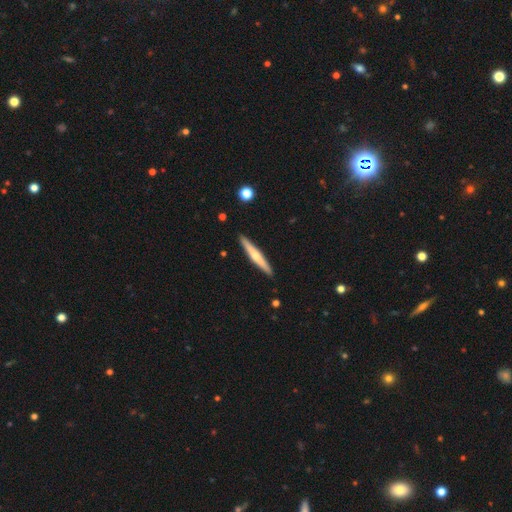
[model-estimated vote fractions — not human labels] Q: Smooth or featured?
A: featured or disk (52%); runner-up: smooth (42%)
Q: Edge-on disk?
A: yes (97%); runner-up: no (3%)
Q: Edge-on bulge?
A: rounded (75%); runner-up: none (20%)
Q: Merging?
A: none (91%); runner-up: minor disturbance (6%)